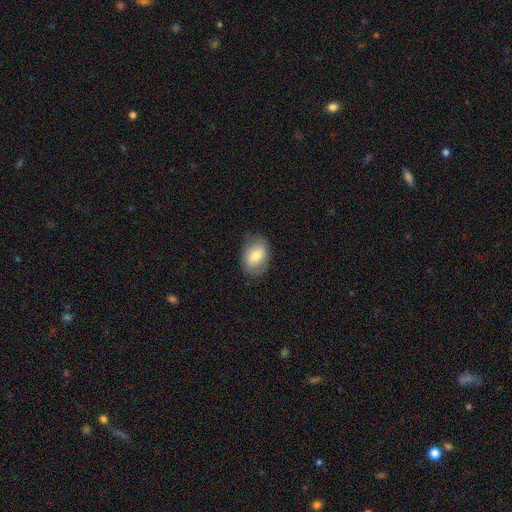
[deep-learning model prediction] Smooth or featured? Predicted: smooth (p=0.71). How rounded? Predicted: in between (p=0.76). Merging? Predicted: none (p=0.78).